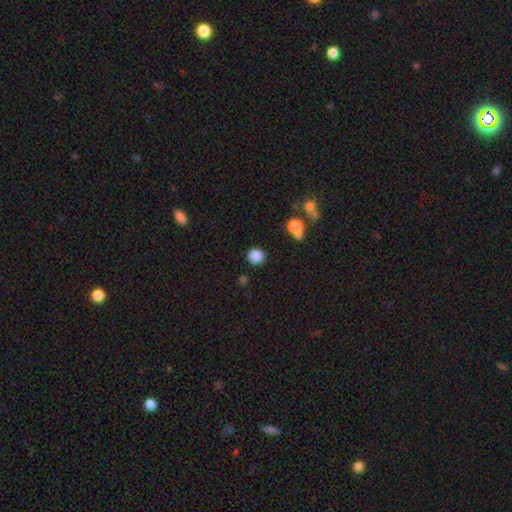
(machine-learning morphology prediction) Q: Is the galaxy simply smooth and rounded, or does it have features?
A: smooth — 86%.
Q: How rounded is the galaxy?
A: round — 87%.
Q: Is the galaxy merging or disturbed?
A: none — 88%.